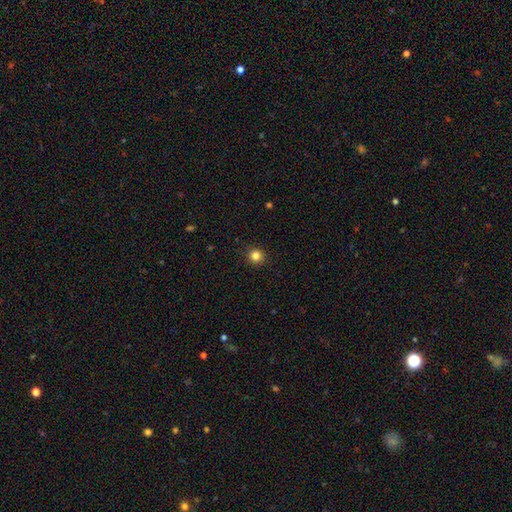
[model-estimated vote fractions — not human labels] The model was most divided on "smooth or featured": smooth: 83%, star or artifact: 12%, featured or disk: 5%. More confident: how rounded — round (94%); merging — none (92%).